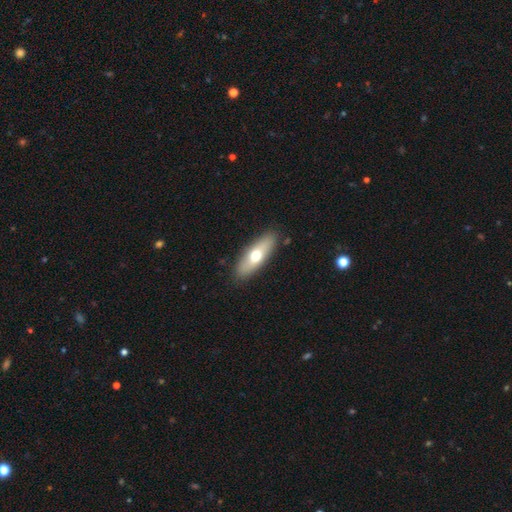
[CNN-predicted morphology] smooth_or_featured: smooth (p=0.61) [alt: featured or disk p=0.33]
how_rounded: in between (p=0.61) [alt: cigar-shaped p=0.36]
merging: none (p=0.87) [alt: minor disturbance p=0.09]